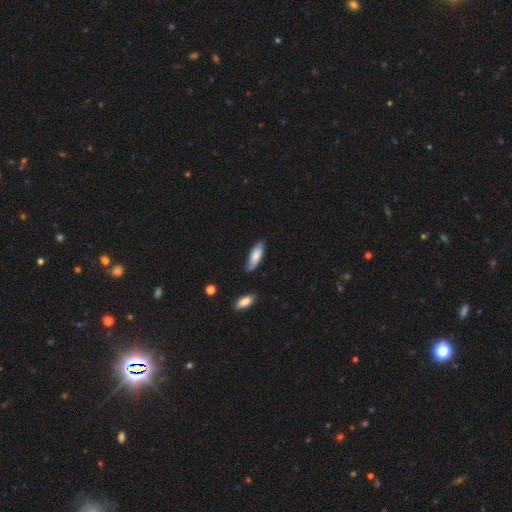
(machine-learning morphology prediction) type=smooth (75%); roundness=in between (60%); merging=none (70%).